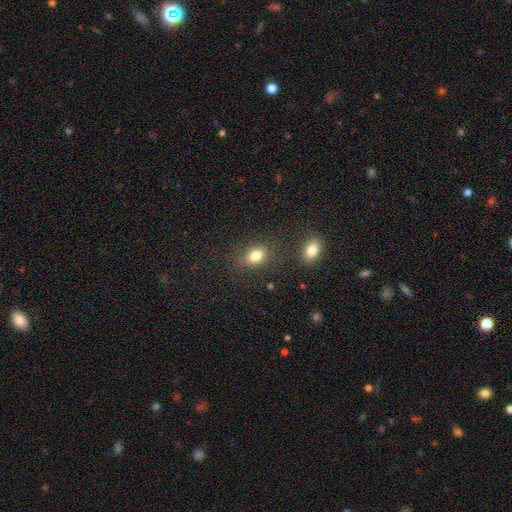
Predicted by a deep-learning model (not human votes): A smooth galaxy with no disk features (81%) that is in between round and cigar-shaped (66%). Merging: none (74%).